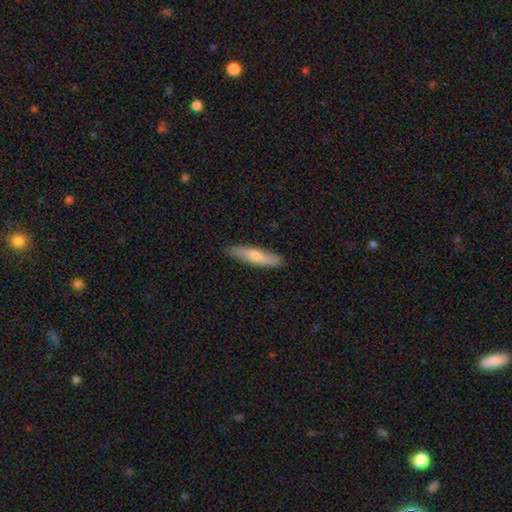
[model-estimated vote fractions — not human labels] Q: Smooth or featured?
A: smooth (61%); runner-up: featured or disk (33%)
Q: How rounded?
A: cigar-shaped (76%); runner-up: in between (22%)
Q: Merging?
A: none (86%); runner-up: minor disturbance (11%)